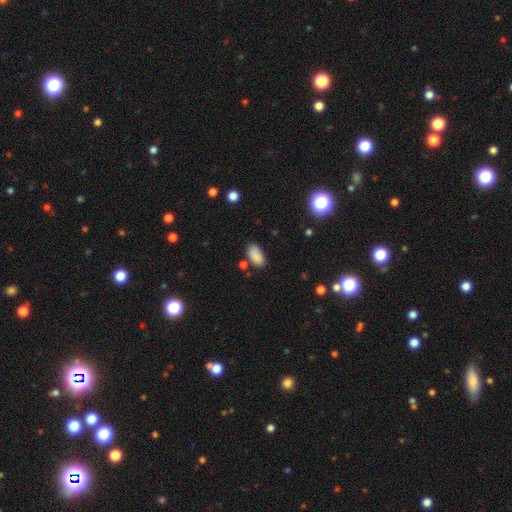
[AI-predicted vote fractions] Smooth or featured? smooth (88%)
How rounded? in between (93%)
Merging? none (78%)